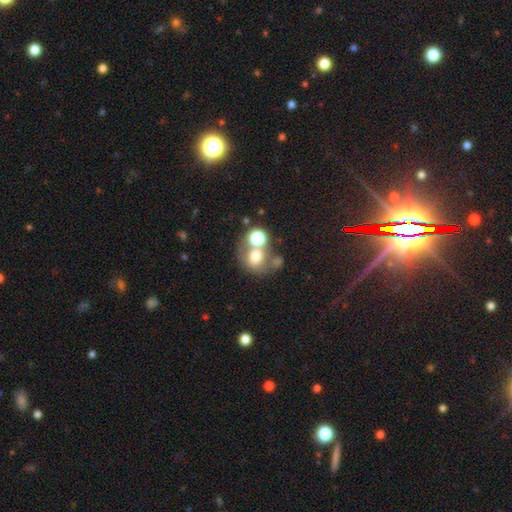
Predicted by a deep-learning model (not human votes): Morphology: type=smooth (64%); roundness=round (68%); merging=merger (42%).